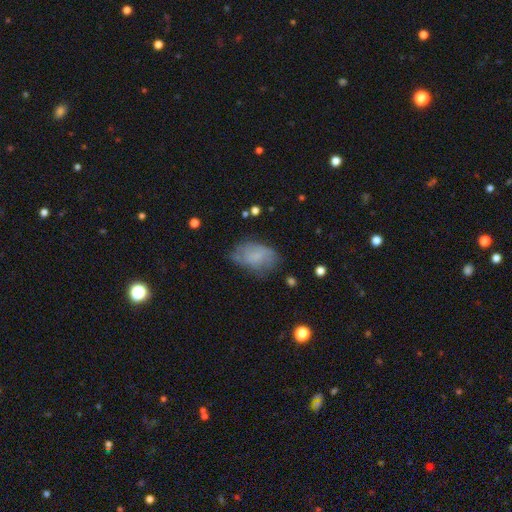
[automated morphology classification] The model was most divided on "merging": none: 54%, minor disturbance: 30%, major disturbance: 13%, merger: 2%. More confident: how rounded — in between (89%); smooth or featured — smooth (61%).